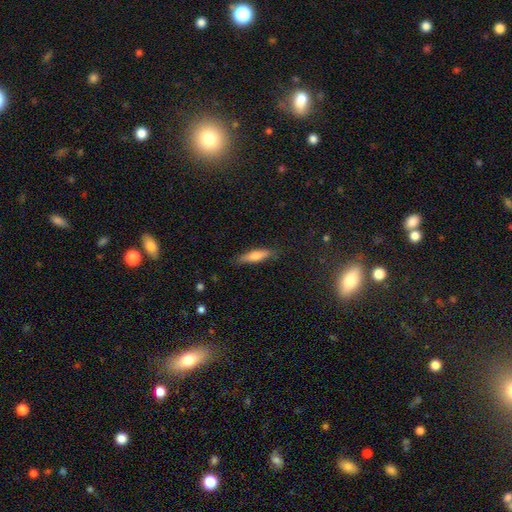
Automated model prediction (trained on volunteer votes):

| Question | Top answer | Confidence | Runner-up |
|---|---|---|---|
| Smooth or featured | smooth | 69% | featured or disk (24%) |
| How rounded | cigar-shaped | 70% | in between (28%) |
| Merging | none | 83% | minor disturbance (12%) |